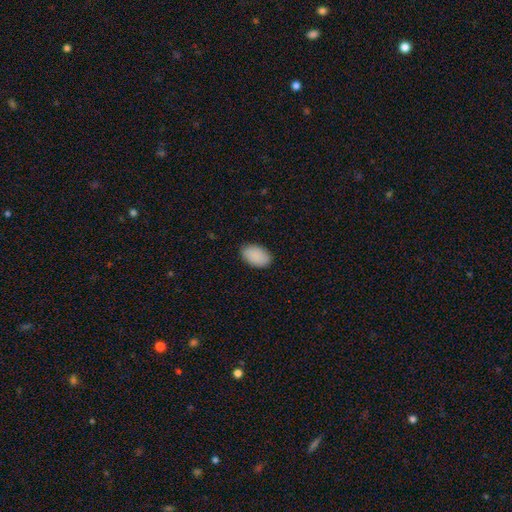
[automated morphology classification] A smooth galaxy with no disk features (91%) that is in between round and cigar-shaped (93%). Merging: none (86%).